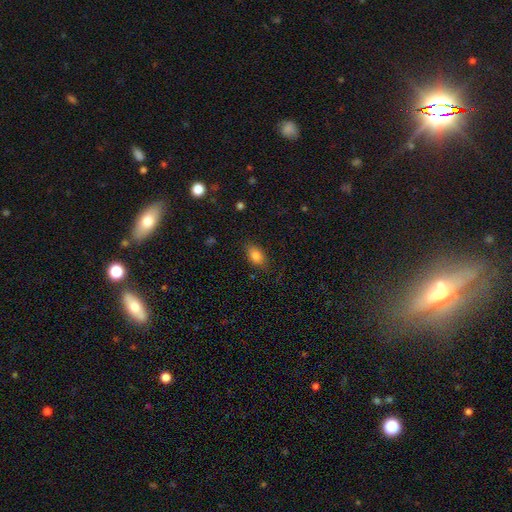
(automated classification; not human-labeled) This is clearly a smooth galaxy (84%). How rounded: clearly in between (85%). Merging: likely none (80%).